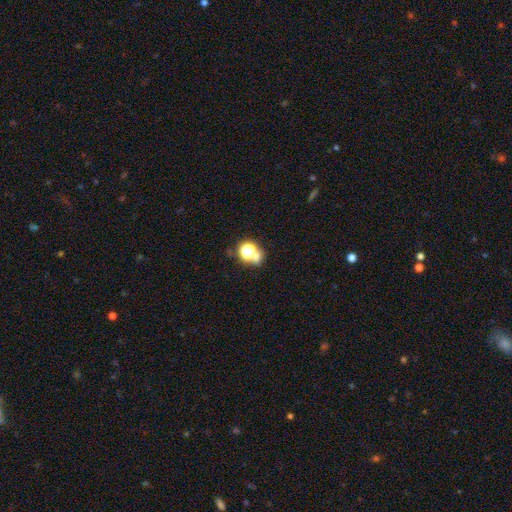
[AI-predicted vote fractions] This appears to be a smooth galaxy with no disk features (48%). Merging: none (58%).